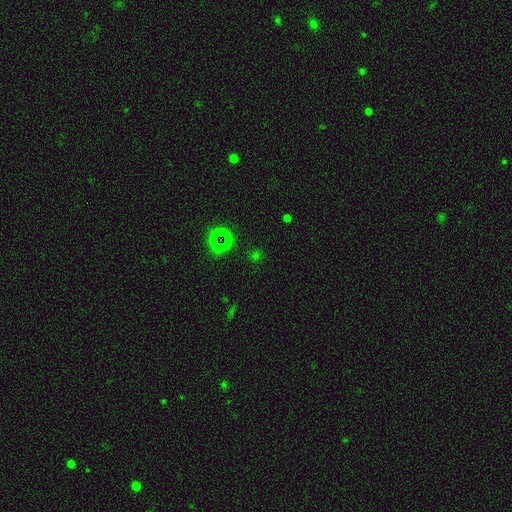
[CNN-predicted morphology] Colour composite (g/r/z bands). It shows a star or artifact, not a galaxy (61%).